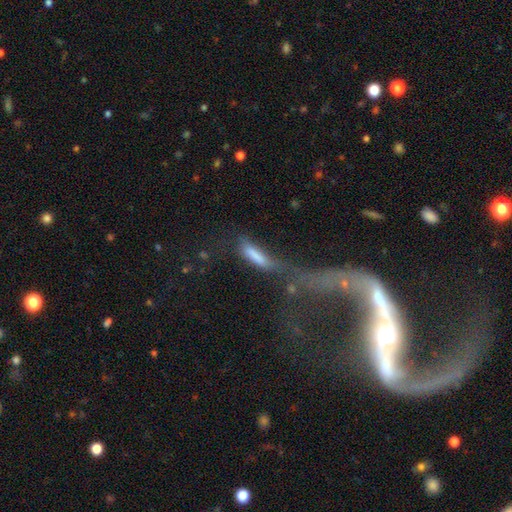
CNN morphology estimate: This appears to be a smooth galaxy with no disk features (74%) that is cigar-shaped (71%). Merging: none (28%).